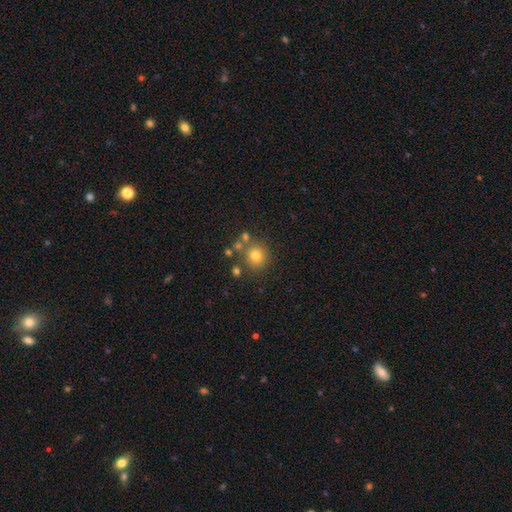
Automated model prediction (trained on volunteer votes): This appears to be a smooth galaxy with no disk features (75%) that is round (91%). Merging: none (74%).